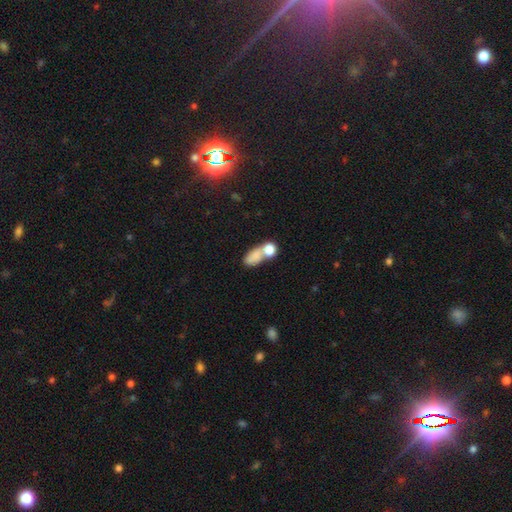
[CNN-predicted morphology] Q: Smooth or featured?
A: smooth (76%); runner-up: featured or disk (14%)
Q: How rounded?
A: in between (73%); runner-up: round (20%)
Q: Merging?
A: merger (51%); runner-up: none (28%)